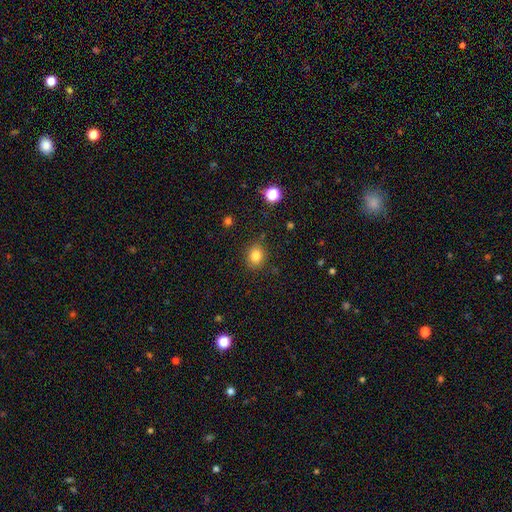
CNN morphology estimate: The model was most divided on "how rounded": round: 58%, in between: 42%, cigar-shaped: 1%. More confident: merging — none (85%); smooth or featured — smooth (82%).